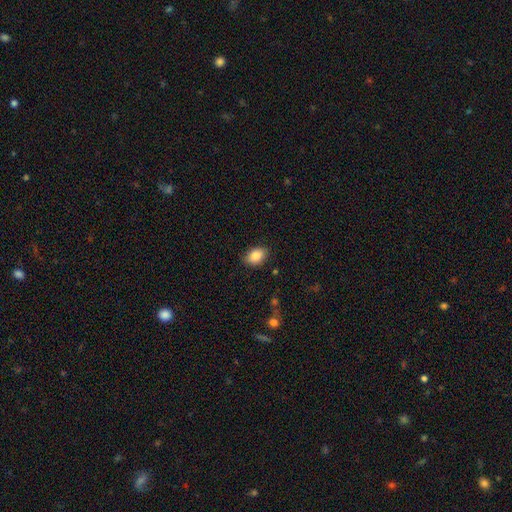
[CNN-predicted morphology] smooth-or-featured: smooth: 86% | star or artifact: 8% | featured or disk: 6%
  how-rounded: in between: 81% | round: 18% | cigar-shaped: 1%
  merging: none: 85% | minor disturbance: 11% | major disturbance: 2% | merger: 1%